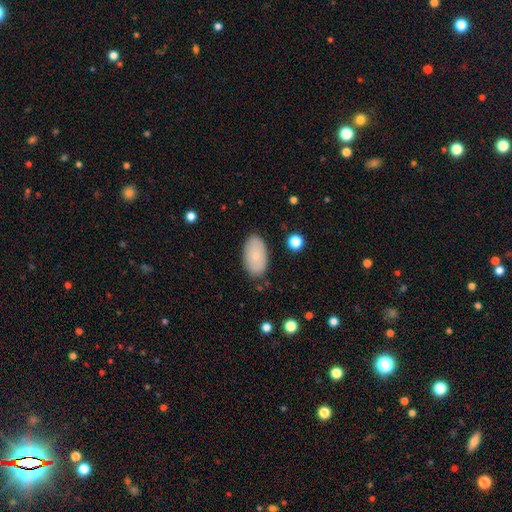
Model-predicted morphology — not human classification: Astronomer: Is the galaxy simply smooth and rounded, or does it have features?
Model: smooth — 80%.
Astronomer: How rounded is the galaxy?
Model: in between — 95%.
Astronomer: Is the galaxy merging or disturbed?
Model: none — 84%.